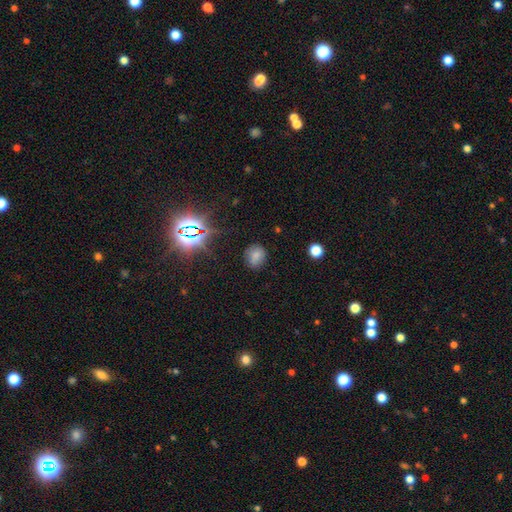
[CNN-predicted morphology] A smooth galaxy with no disk features (72%) that is round (63%).

Vote fractions:
- Smooth or featured? smooth: 72% / star or artifact: 20% / featured or disk: 8%
- How rounded? round: 63% / in between: 36% / cigar-shaped: 1%
- Merging? none: 81% / minor disturbance: 13% / major disturbance: 4% / merger: 2%